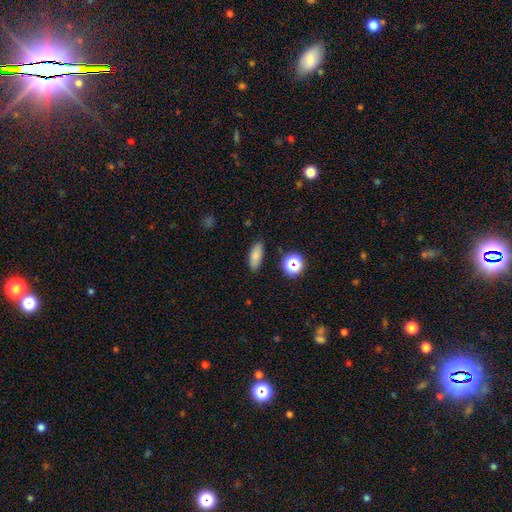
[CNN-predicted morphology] The model was most divided on "how rounded": in between: 73%, cigar-shaped: 22%, round: 5%. More confident: merging — none (87%); smooth or featured — smooth (82%).